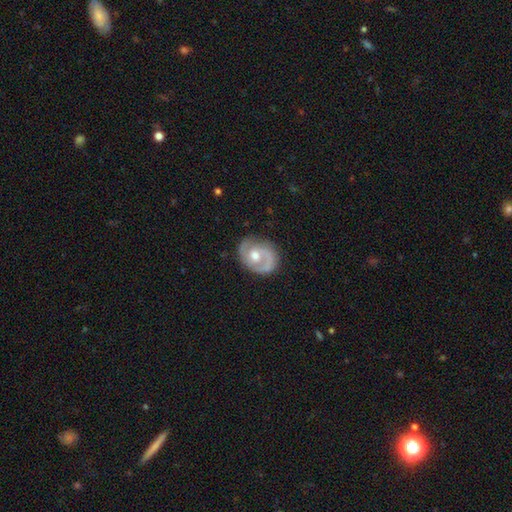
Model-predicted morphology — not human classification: Smooth or featured? featured or disk (80%)
Edge-on disk? no (97%)
Bar? no (66%)
Spiral arms? yes (90%)
Spiral winding? tight (43%)
Spiral arm count? 2 (70%)
Bulge size? moderate (74%)
Merging? none (77%)